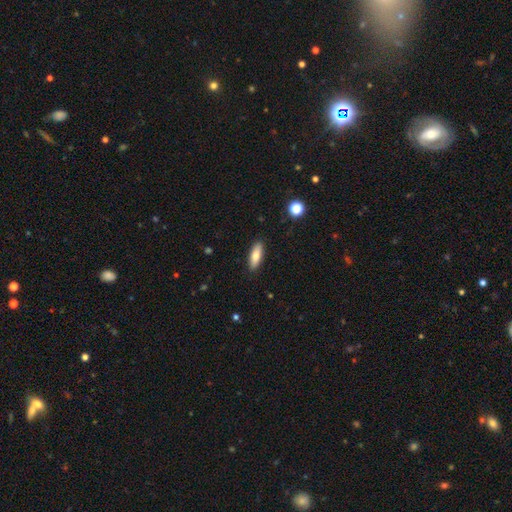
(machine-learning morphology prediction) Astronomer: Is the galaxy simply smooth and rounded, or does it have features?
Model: smooth — 75%.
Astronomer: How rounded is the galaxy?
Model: in between — 61% (runner-up: cigar-shaped, 37%).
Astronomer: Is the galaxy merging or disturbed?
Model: none — 89%.